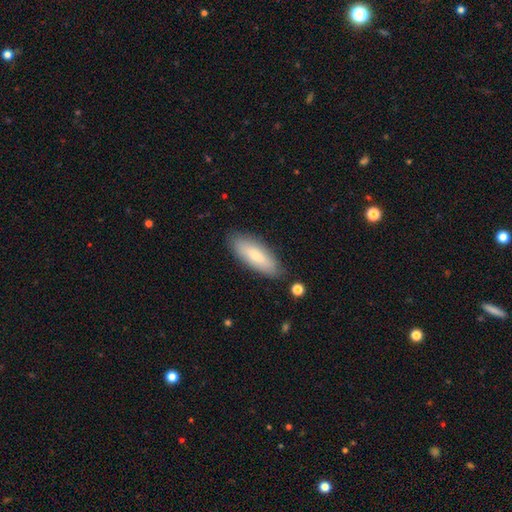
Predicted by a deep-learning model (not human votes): A smooth galaxy with no disk features (75%) that is in between round and cigar-shaped (63%).

Vote fractions:
- Smooth or featured? smooth: 75% / featured or disk: 19% / star or artifact: 6%
- How rounded? in between: 63% / cigar-shaped: 36% / round: 2%
- Merging? none: 83% / minor disturbance: 12% / major disturbance: 3% / merger: 2%